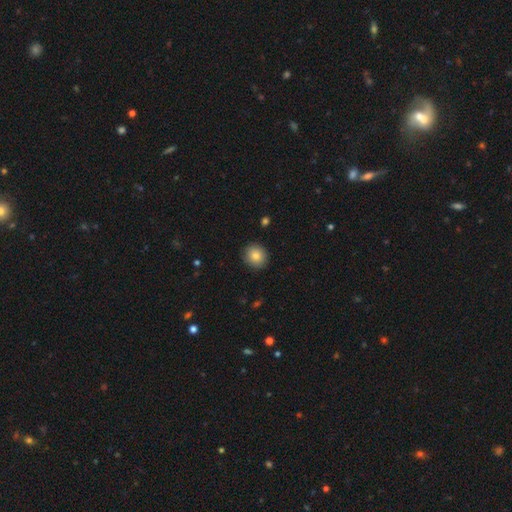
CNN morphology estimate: This is clearly a smooth galaxy (83%). How rounded: clearly round (85%). Merging: clearly none (91%).